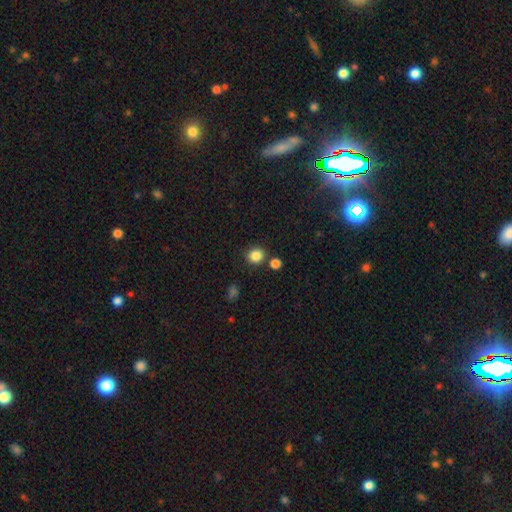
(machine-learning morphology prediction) This appears to be a smooth galaxy with no disk features (85%) that is round (85%). Merging: none (81%).